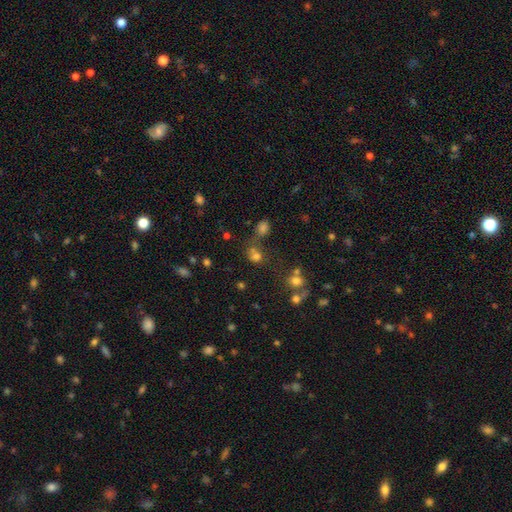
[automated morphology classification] Smooth or featured?
  - smooth: 68% *
  - star or artifact: 22%
  - featured or disk: 9%
How rounded?
  - round: 72% *
  - in between: 27%
  - cigar-shaped: 1%
Merging?
  - none: 49% *
  - merger: 31%
  - minor disturbance: 13%
  - major disturbance: 8%